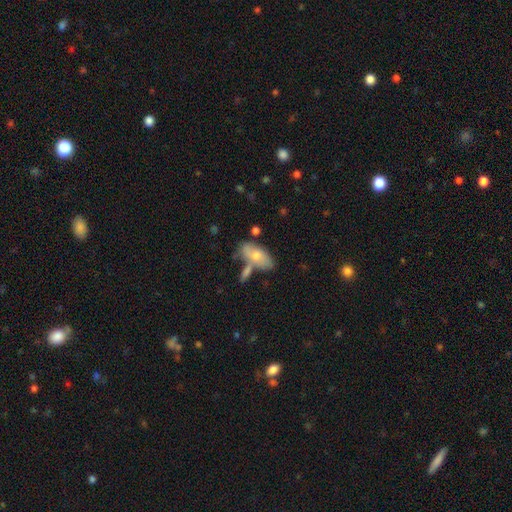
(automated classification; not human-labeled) Morphology: type=smooth (66%); roundness=in between (86%); merging=none (48%).